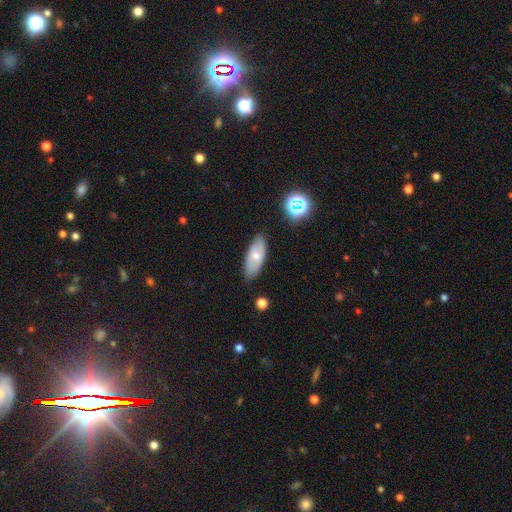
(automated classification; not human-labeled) This appears to be a smooth galaxy with no disk features (61%) that is in between round and cigar-shaped (84%). Merging: none (79%).